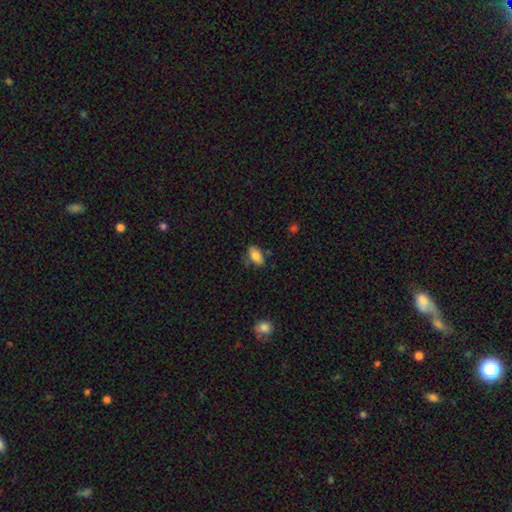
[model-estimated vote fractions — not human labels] A smooth galaxy with no disk features (81%) that is in between round and cigar-shaped (91%). Merging: none (73%).